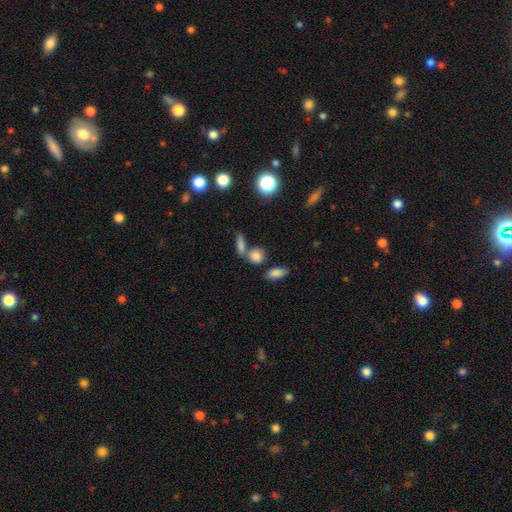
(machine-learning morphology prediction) smooth-or-featured: smooth: 80% | star or artifact: 12% | featured or disk: 8%
  how-rounded: round: 47% | in between: 45% | cigar-shaped: 8%
  merging: none: 52% | merger: 32% | minor disturbance: 11% | major disturbance: 5%